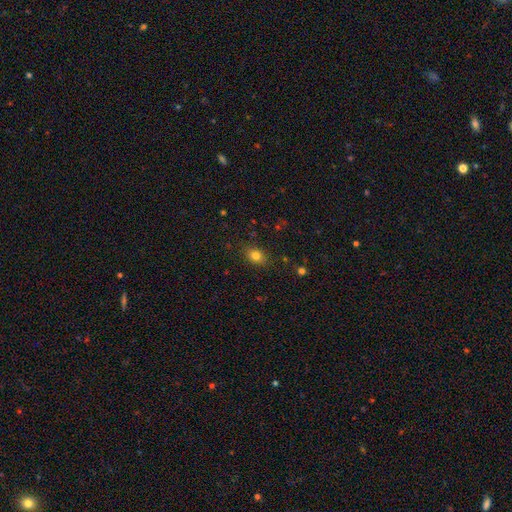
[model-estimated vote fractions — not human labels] Morphology: type=smooth (80%); roundness=in between (62%); merging=none (85%).